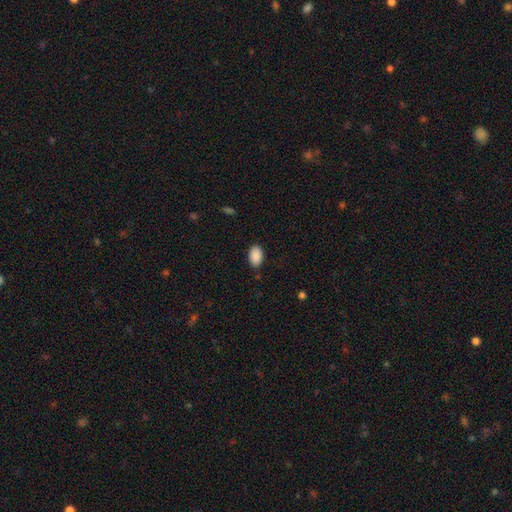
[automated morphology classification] A smooth galaxy with no disk features (90%) that is in between round and cigar-shaped (92%). Merging: none (86%).